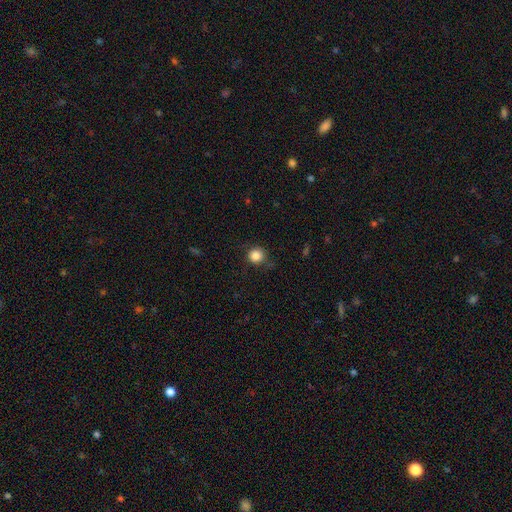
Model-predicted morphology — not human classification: smooth-or-featured: smooth: 85% | star or artifact: 11% | featured or disk: 4%
  how-rounded: round: 93% | in between: 6% | cigar-shaped: 1%
  merging: none: 80% | minor disturbance: 15% | major disturbance: 4% | merger: 1%